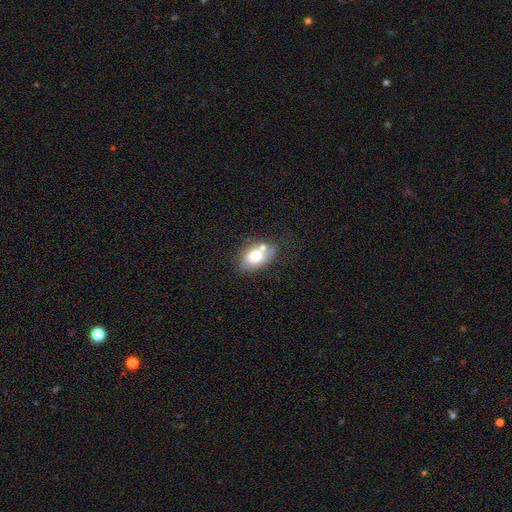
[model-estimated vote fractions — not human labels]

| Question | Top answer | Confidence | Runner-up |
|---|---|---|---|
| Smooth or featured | smooth | 69% | featured or disk (23%) |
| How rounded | in between | 81% | round (17%) |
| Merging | none | 50% | merger (24%) |